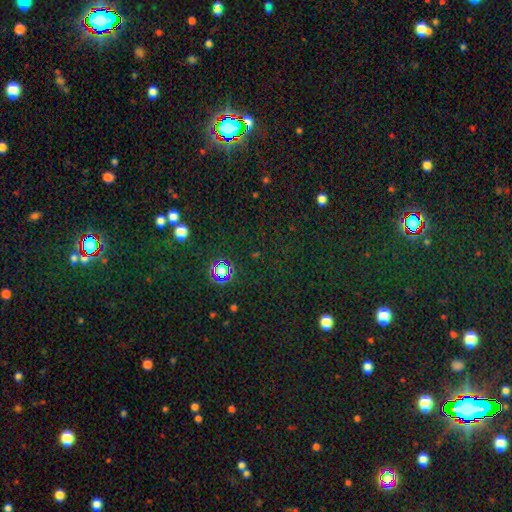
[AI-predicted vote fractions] Overall: star or artifact (76%).